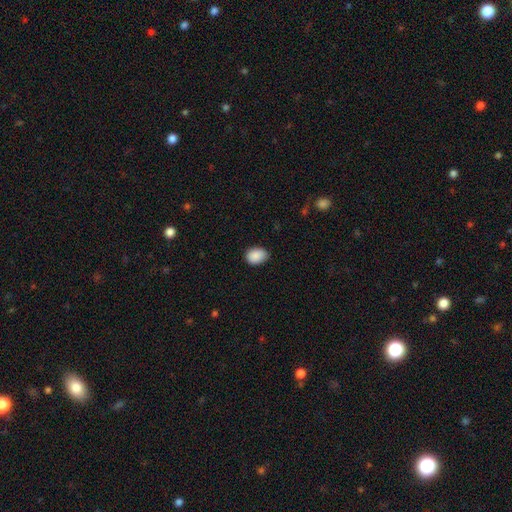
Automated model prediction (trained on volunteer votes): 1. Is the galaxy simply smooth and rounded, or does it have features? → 89% smooth, 8% star or artifact, 3% featured or disk.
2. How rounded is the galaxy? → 73% in between, 26% round, 1% cigar-shaped.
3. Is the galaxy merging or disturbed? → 81% none, 15% minor disturbance, 3% major disturbance, 1% merger.